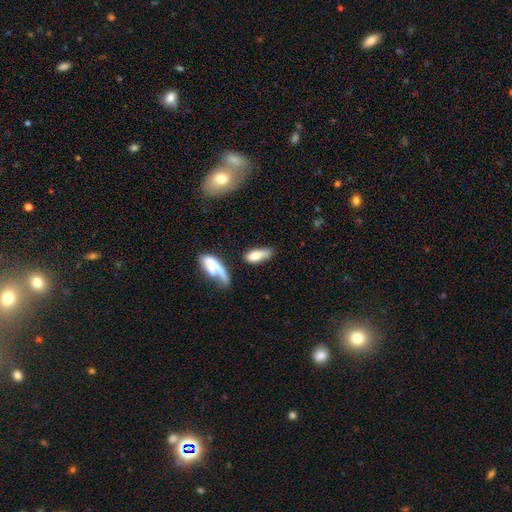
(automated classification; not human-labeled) Q: Smooth or featured?
A: smooth (73%); runner-up: featured or disk (20%)
Q: How rounded?
A: in between (69%); runner-up: cigar-shaped (27%)
Q: Merging?
A: none (50%); runner-up: minor disturbance (24%)